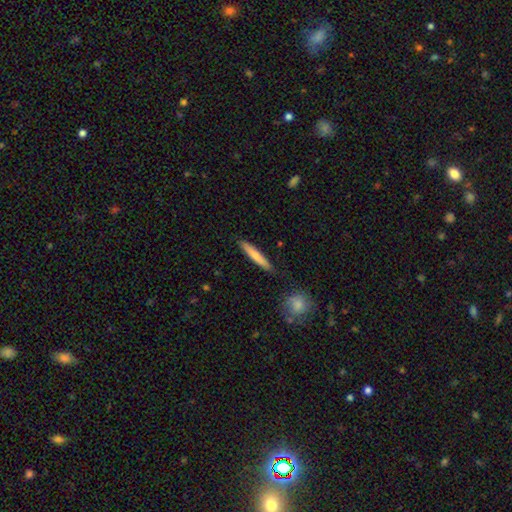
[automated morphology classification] smooth_or_featured: smooth (p=0.75) [alt: featured or disk p=0.20]
how_rounded: cigar-shaped (p=0.93) [alt: in between p=0.06]
merging: none (p=0.86) [alt: minor disturbance p=0.10]